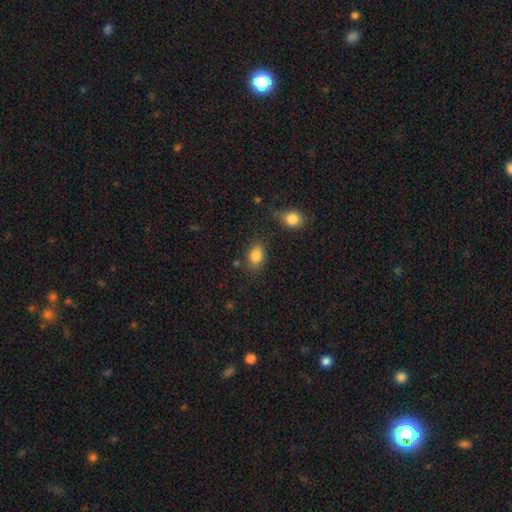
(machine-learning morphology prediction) Overall: smooth (85%). How rounded: in between (77%). Merging: none (79%).